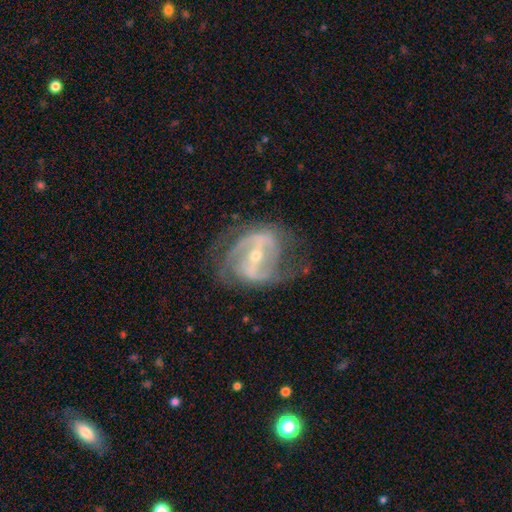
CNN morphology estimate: A featured or disk galaxy (88%) with a strong bar (60%), 2 (67%) medium (47%) spiral arms (91%) and a small central bulge (58%). Merging: none (62%).